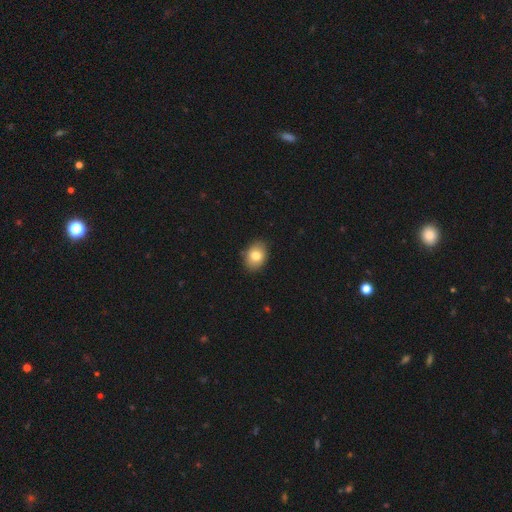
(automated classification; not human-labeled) Morphology: type=smooth (80%); roundness=in between (69%); merging=none (86%).